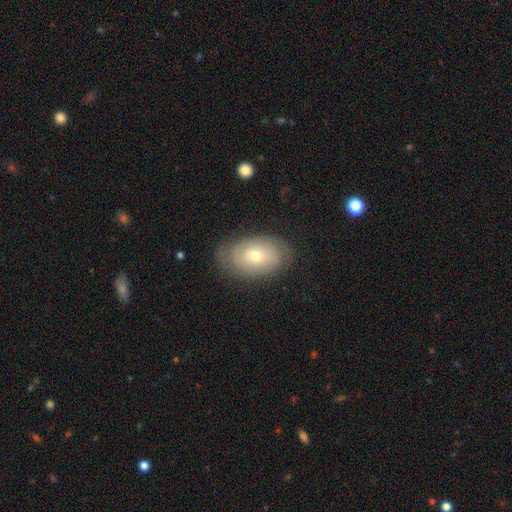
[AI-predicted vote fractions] Overall: featured or disk (49%; smooth 43%). Merging: none (77%).